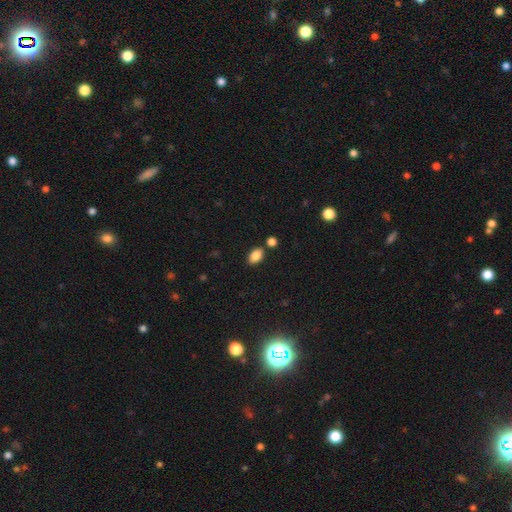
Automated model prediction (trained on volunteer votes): Smooth or featured?
  - smooth: 86% *
  - star or artifact: 9%
  - featured or disk: 5%
How rounded?
  - in between: 89% *
  - round: 9%
  - cigar-shaped: 2%
Merging?
  - none: 79% *
  - minor disturbance: 10%
  - merger: 9%
  - major disturbance: 2%